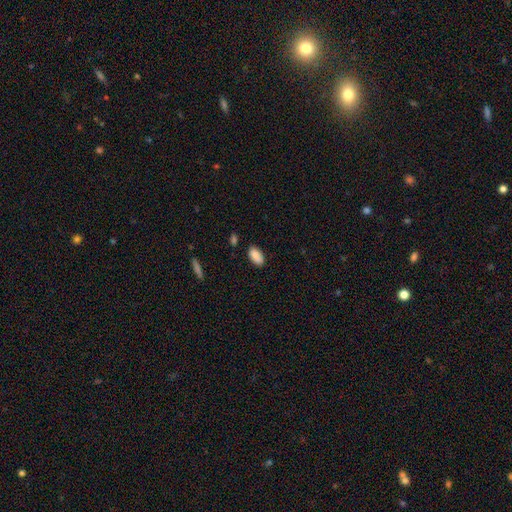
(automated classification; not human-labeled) Smooth or featured?
  - smooth: 89% *
  - star or artifact: 7%
  - featured or disk: 4%
How rounded?
  - in between: 93% *
  - cigar-shaped: 4%
  - round: 3%
Merging?
  - none: 84% *
  - minor disturbance: 11%
  - merger: 2%
  - major disturbance: 2%